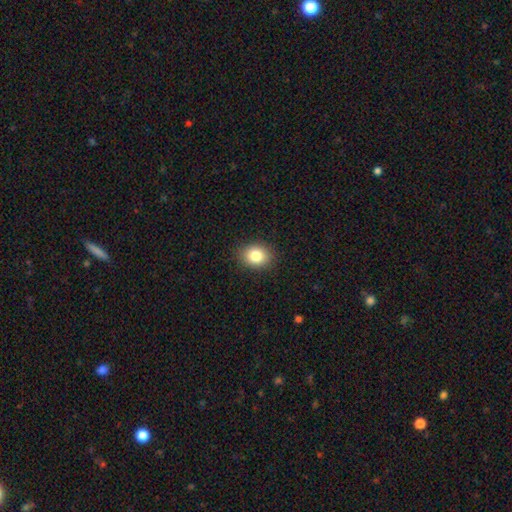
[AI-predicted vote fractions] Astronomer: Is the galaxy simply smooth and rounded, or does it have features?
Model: smooth — 83%.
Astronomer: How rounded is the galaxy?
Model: round — 50% (runner-up: in between, 49%).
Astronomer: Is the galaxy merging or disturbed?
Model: none — 89%.